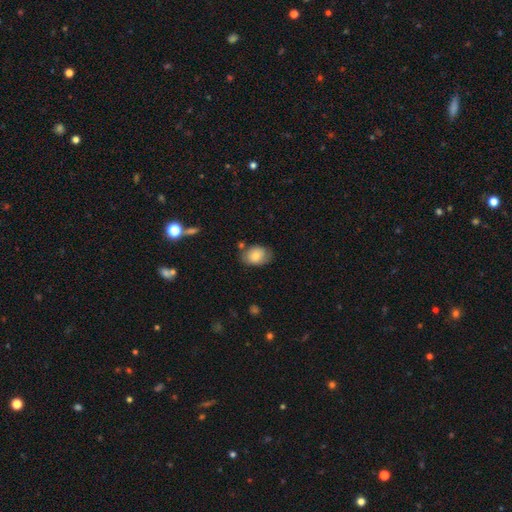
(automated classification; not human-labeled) Overall: smooth (73%). How rounded: in between (70%). Merging: none (66%).